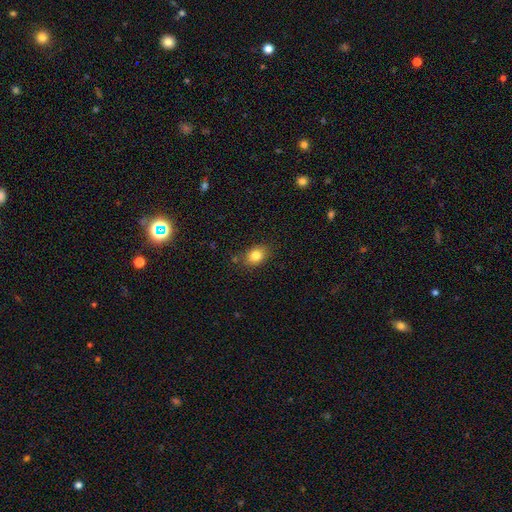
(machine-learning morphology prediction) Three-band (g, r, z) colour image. It shows a smooth galaxy with no disk features (82%) that is in between round and cigar-shaped (72%). Merging: none (82%).